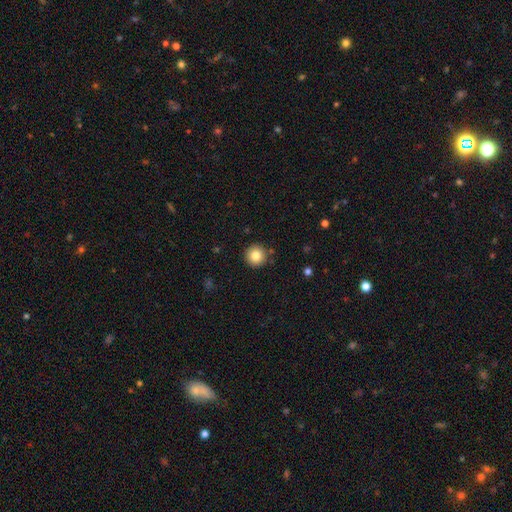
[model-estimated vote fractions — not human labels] Morphology: type=smooth (82%); roundness=round (96%); merging=none (90%).